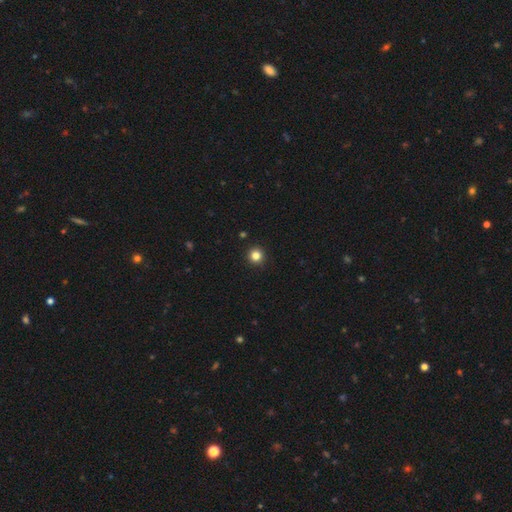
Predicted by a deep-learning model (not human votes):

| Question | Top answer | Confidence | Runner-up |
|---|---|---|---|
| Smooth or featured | smooth | 83% | star or artifact (13%) |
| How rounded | round | 96% | in between (3%) |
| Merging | none | 94% | minor disturbance (4%) |